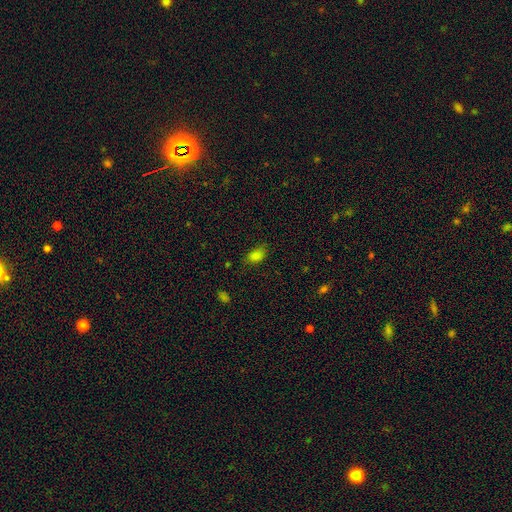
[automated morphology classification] A smooth galaxy with no disk features (81%) that is in between round and cigar-shaped (88%). Merging: none (72%).